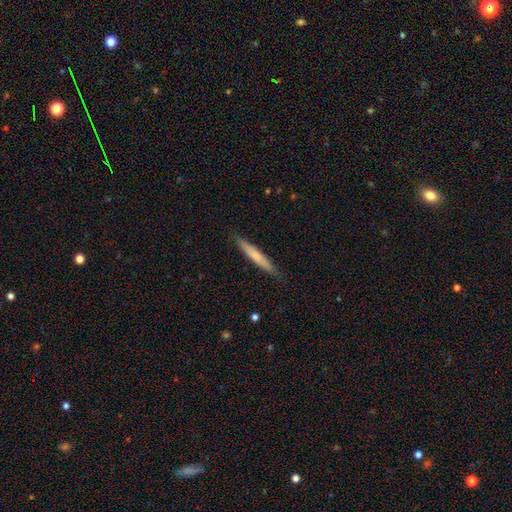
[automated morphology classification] smooth-or-featured: smooth: 66% | featured or disk: 28% | star or artifact: 5%
  how-rounded: cigar-shaped: 95% | in between: 4% | round: 1%
  merging: none: 89% | minor disturbance: 9% | major disturbance: 2% | merger: 1%